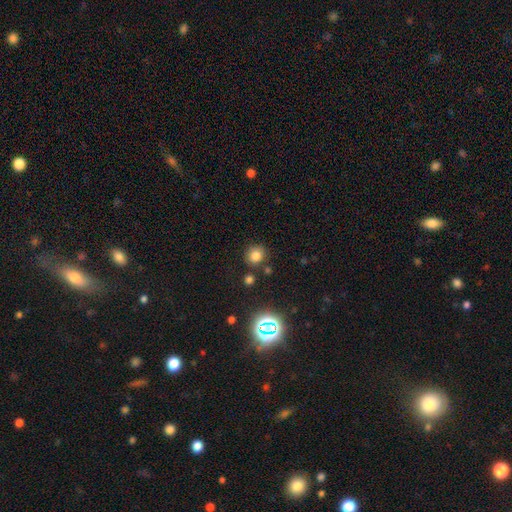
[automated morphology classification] smooth-or-featured: smooth: 77% | star or artifact: 17% | featured or disk: 6%
  how-rounded: round: 83% | in between: 16% | cigar-shaped: 1%
  merging: none: 81% | minor disturbance: 9% | merger: 7% | major disturbance: 3%